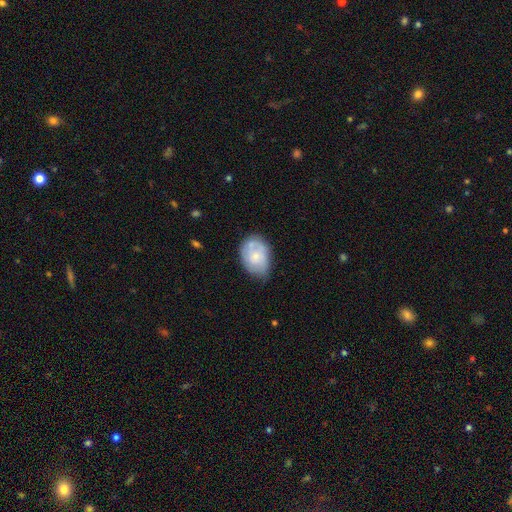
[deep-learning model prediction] Smooth or featured? Predicted: smooth (p=0.55). How rounded? Predicted: in between (p=0.79). Merging? Predicted: none (p=0.49).